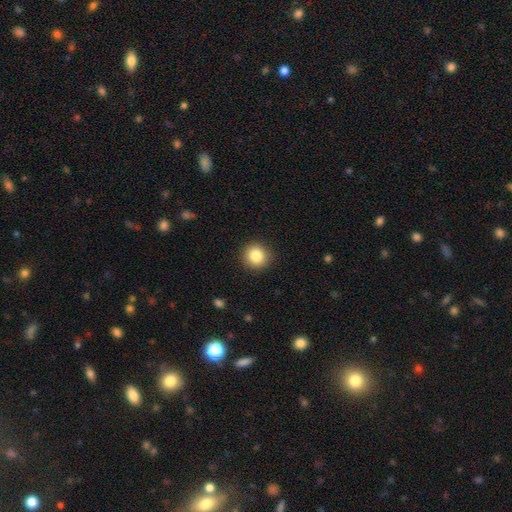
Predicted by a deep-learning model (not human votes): Overall: smooth (84%). How rounded: round (92%). Merging: none (91%).